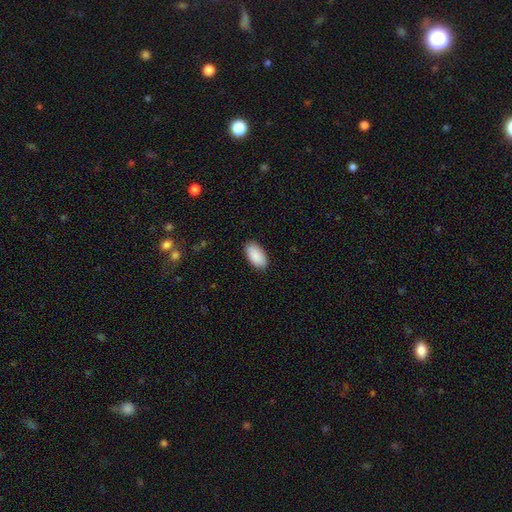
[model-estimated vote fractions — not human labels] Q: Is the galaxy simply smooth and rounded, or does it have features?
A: smooth — 91%.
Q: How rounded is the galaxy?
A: in between — 96%.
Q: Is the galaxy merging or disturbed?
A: none — 88%.